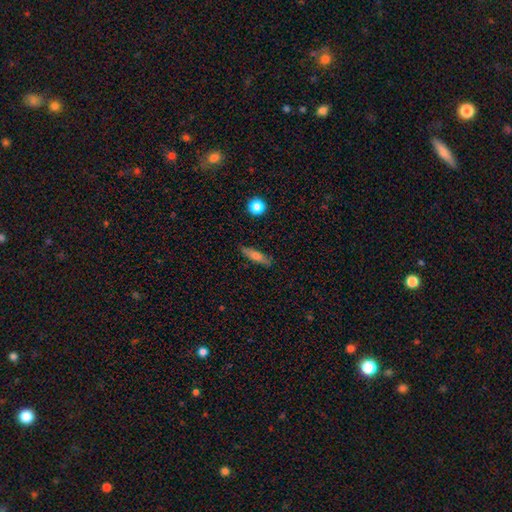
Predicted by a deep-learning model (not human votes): smooth-or-featured: smooth: 61% | featured or disk: 31% | star or artifact: 9%
  how-rounded: cigar-shaped: 71% | in between: 26% | round: 3%
  merging: none: 86% | minor disturbance: 10% | major disturbance: 2% | merger: 1%